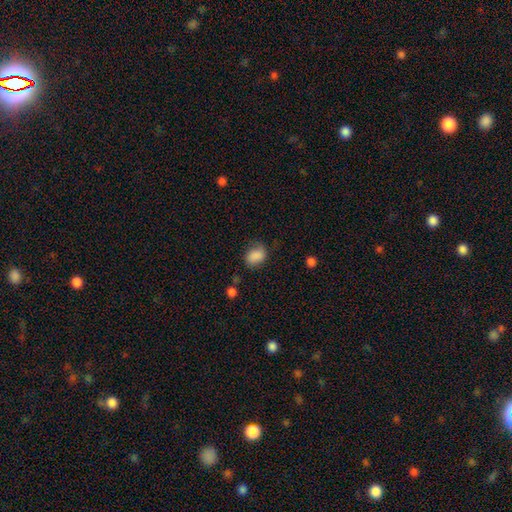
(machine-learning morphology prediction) Overall: smooth (85%). How rounded: in between (71%). Merging: none (66%).